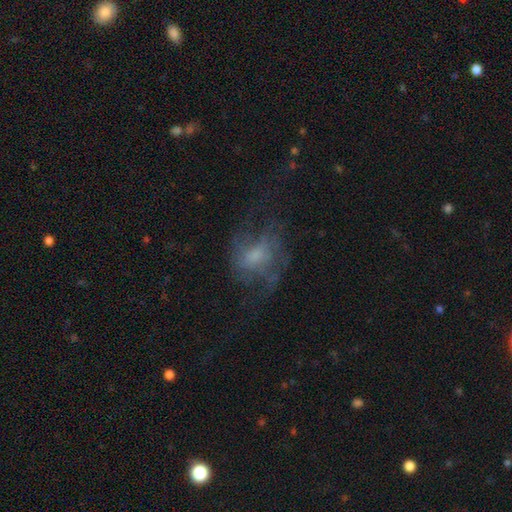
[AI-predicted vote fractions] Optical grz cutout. It shows a featured or disk galaxy (54%) with no bar (65%), spiral arms (58%) and a moderate central bulge (37%). Merging: none (44%).